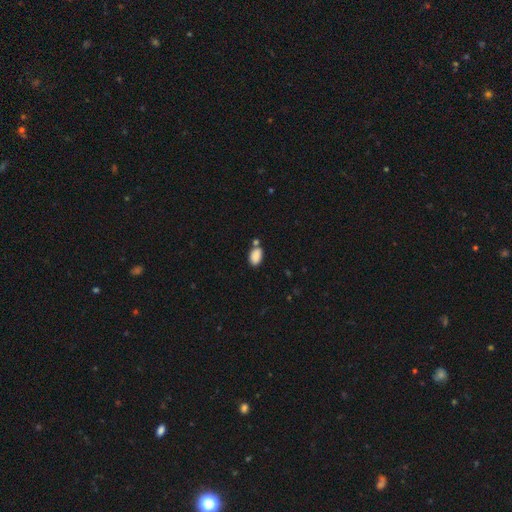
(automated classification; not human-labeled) smooth-or-featured: smooth: 88% | star or artifact: 8% | featured or disk: 4%
  how-rounded: in between: 91% | round: 7% | cigar-shaped: 1%
  merging: none: 64% | merger: 18% | minor disturbance: 15% | major disturbance: 4%